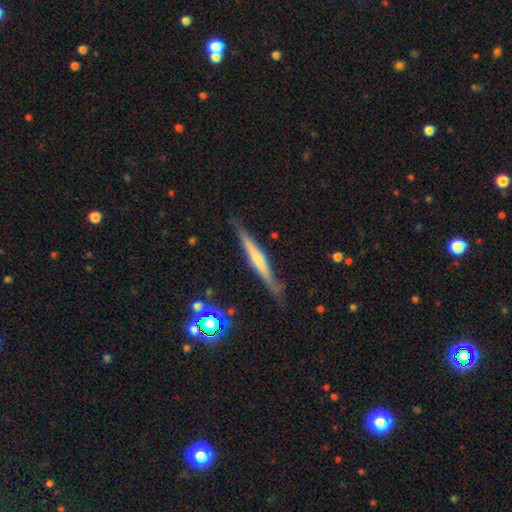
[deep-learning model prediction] A featured or disk galaxy (56%) viewed edge-on (95%) with no central bulge (52%). Merging: none (83%).